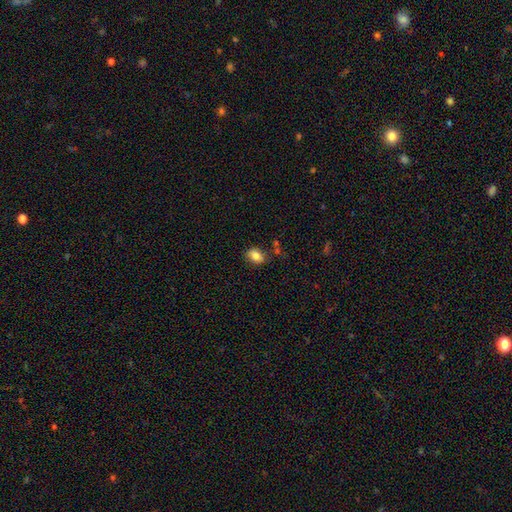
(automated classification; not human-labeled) This is clearly a smooth galaxy (83%). How rounded: likely in between (73%). Merging: likely none (73%).